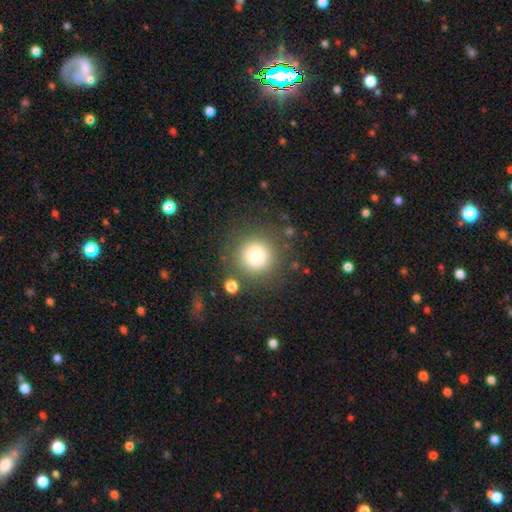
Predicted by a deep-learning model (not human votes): This appears to be a smooth galaxy with no disk features (77%) that is round (95%). Merging: none (83%).